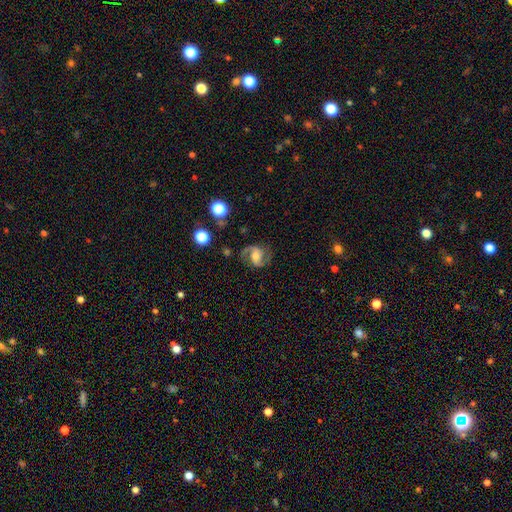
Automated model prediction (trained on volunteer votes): Morphology: type=featured or disk (79%); edge-on=no (98%); bar=weak (41%); spiral arms=yes (95%); winding=medium (54%); arm count=2 (91%); bulge=moderate (57%); merging=none (75%).